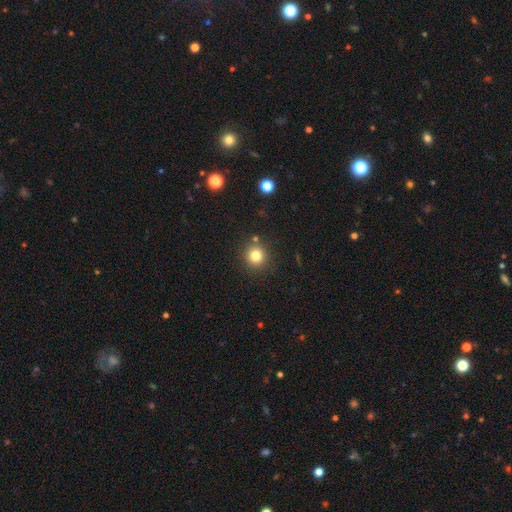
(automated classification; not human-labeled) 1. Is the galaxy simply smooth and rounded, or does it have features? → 80% smooth, 13% star or artifact, 6% featured or disk.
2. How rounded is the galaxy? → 92% round, 7% in between, 1% cigar-shaped.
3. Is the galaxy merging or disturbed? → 86% none, 7% minor disturbance, 4% merger, 3% major disturbance.